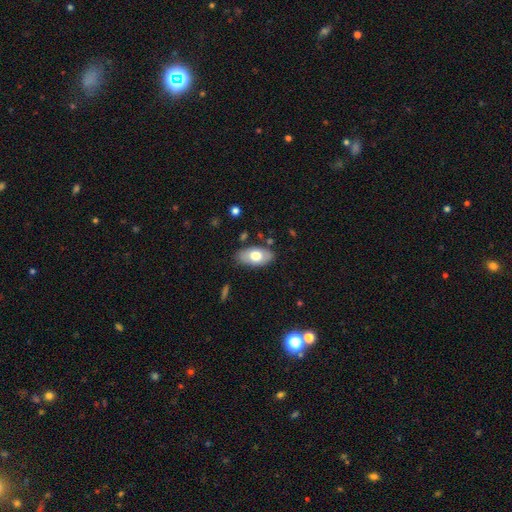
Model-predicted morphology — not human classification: Smooth or featured: smooth — 66% (featured or disk — 28%)
How rounded: in between — 93% (round — 4%)
Merging: none — 81% (minor disturbance — 14%)